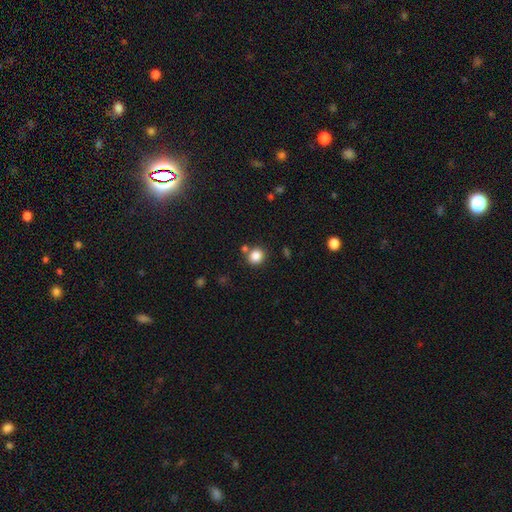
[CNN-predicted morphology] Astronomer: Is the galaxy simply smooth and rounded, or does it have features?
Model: smooth — 85%.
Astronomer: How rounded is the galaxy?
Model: round — 81%.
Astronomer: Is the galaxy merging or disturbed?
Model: none — 78%.